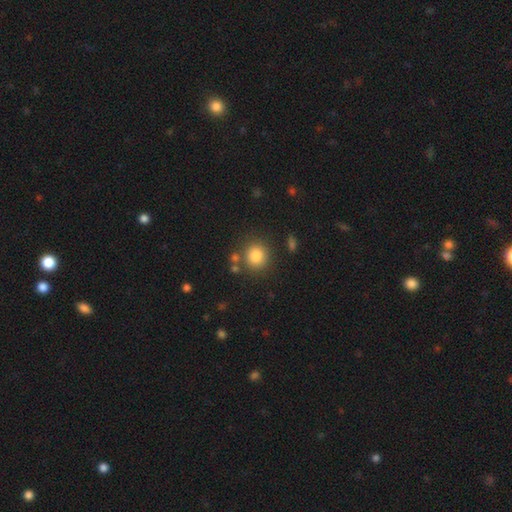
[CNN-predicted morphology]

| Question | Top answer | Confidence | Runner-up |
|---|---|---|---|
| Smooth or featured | smooth | 84% | star or artifact (10%) |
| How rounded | round | 88% | in between (11%) |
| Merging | none | 80% | minor disturbance (9%) |